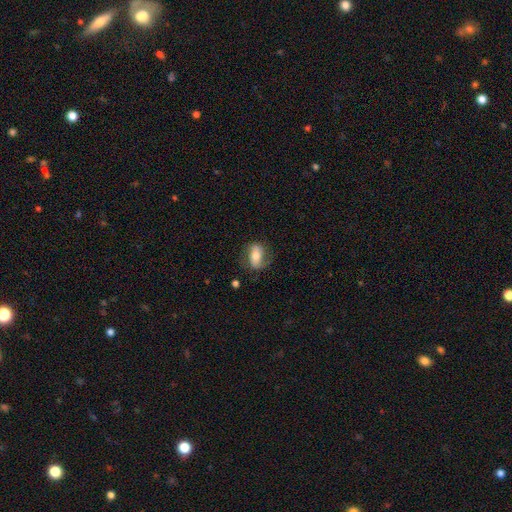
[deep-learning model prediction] Morphology: type=smooth (49%); merging=none (69%).